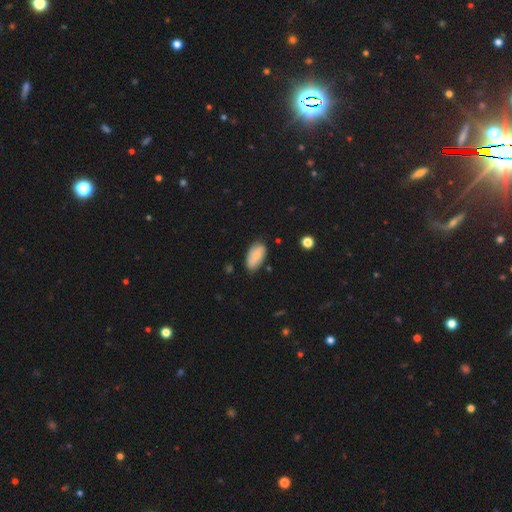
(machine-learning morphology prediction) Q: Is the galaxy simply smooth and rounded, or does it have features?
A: smooth — 72%.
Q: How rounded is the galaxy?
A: in between — 92%.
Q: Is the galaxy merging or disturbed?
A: none — 72%.